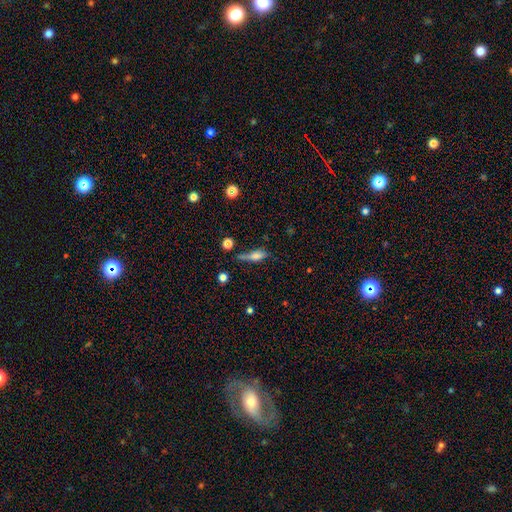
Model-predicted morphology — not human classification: Overall: smooth (61%; featured or disk 28%). How rounded: in between (52%; cigar-shaped 43%). Merging: none (49%; minor disturbance 28%).